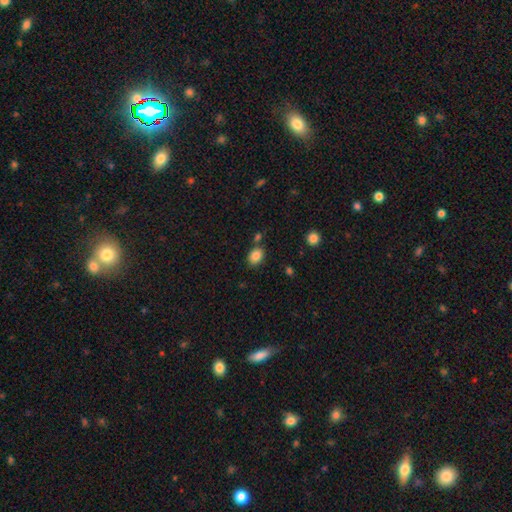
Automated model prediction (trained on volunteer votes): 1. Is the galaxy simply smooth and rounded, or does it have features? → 85% smooth, 9% star or artifact, 6% featured or disk.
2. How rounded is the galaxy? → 64% in between, 35% round, 1% cigar-shaped.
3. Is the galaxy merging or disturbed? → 74% none, 13% minor disturbance, 10% merger, 3% major disturbance.